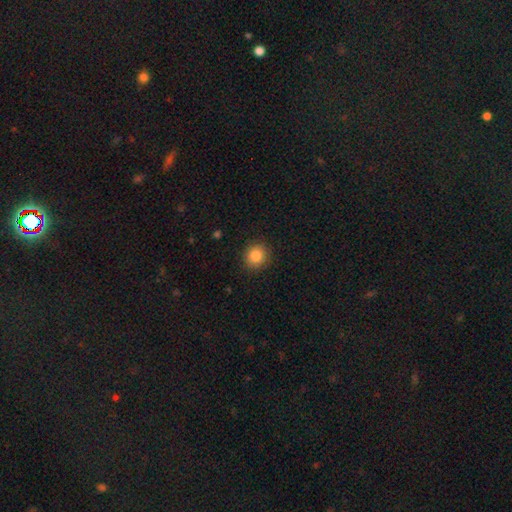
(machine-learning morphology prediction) Smooth or featured? smooth (85%)
How rounded? round (89%)
Merging? none (90%)